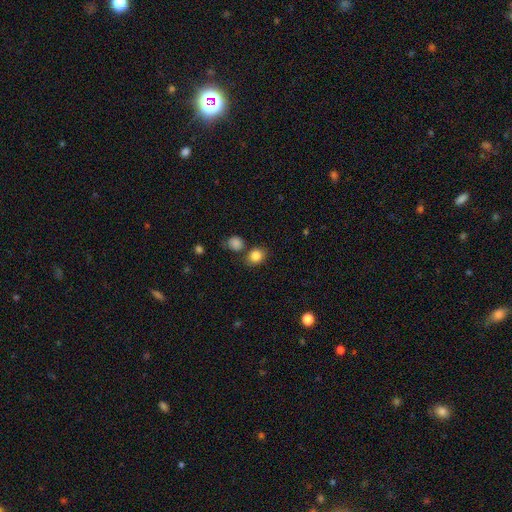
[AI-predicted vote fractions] This is clearly a smooth galaxy (84%). How rounded: possibly round (60%). Merging: likely none (68%).